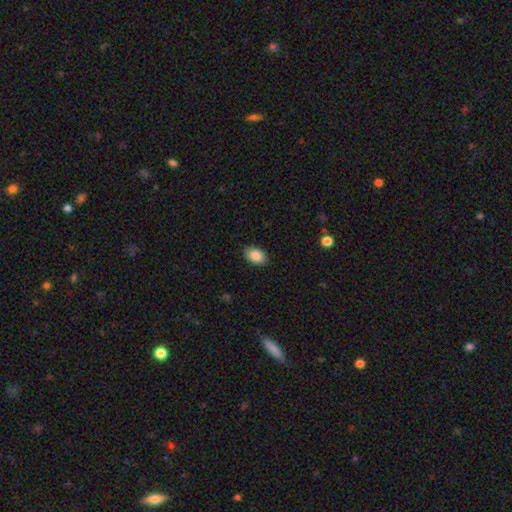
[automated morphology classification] Smooth or featured? smooth (88%)
How rounded? in between (89%)
Merging? none (87%)